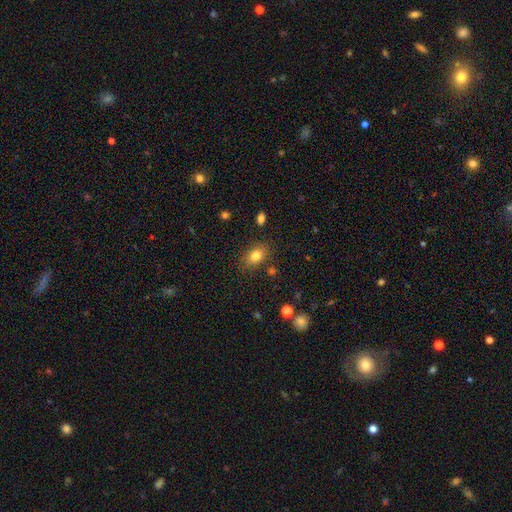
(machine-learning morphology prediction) type=smooth (81%); roundness=in between (81%); merging=none (82%).